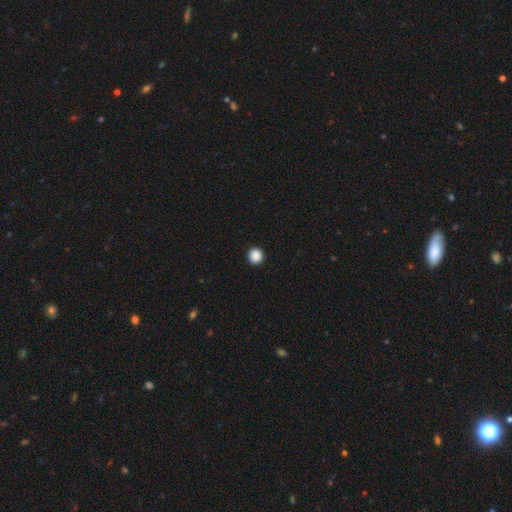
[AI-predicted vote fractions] A smooth galaxy with no disk features (89%) that is round (95%).

Vote fractions:
- Smooth or featured? smooth: 89% / star or artifact: 9% / featured or disk: 2%
- How rounded? round: 95% / in between: 4% / cigar-shaped: 1%
- Merging? none: 94% / minor disturbance: 4% / major disturbance: 1% / merger: 1%